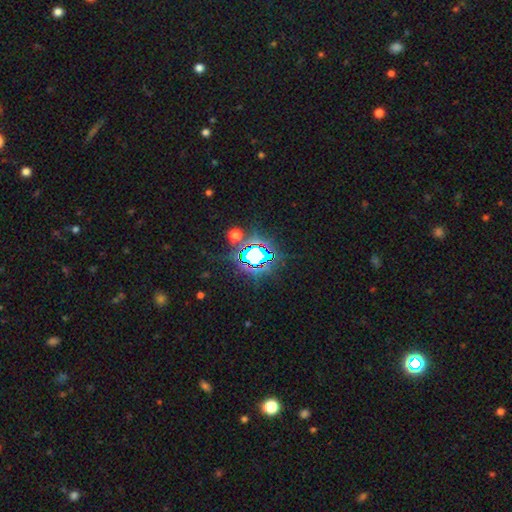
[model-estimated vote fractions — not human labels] A star or artifact, not a galaxy (72%).

Vote fractions:
- Smooth or featured? star or artifact: 72% / smooth: 18% / featured or disk: 11%